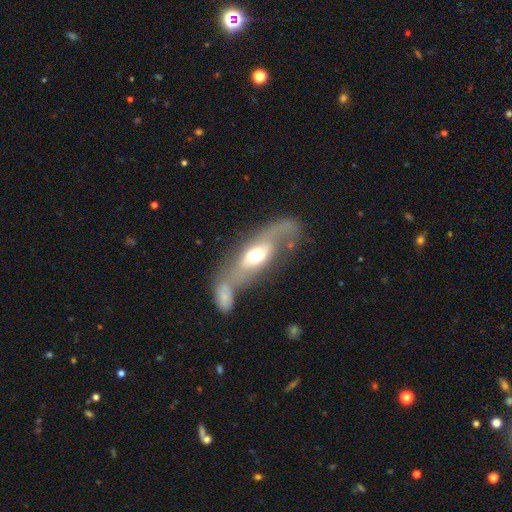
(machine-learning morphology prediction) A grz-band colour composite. It shows a featured or disk galaxy (59%). Merging: merger (37%).